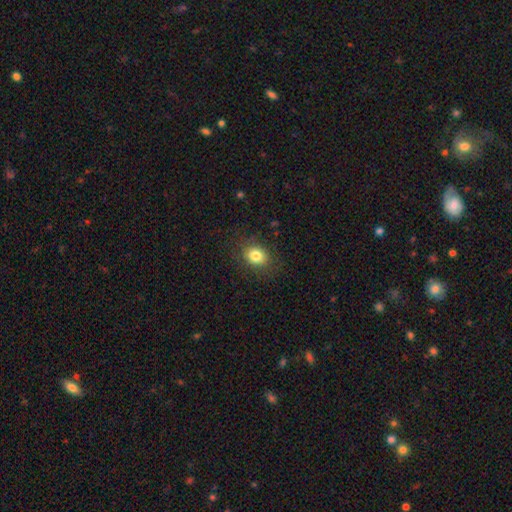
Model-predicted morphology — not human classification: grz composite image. It shows a smooth galaxy with no disk features (80%) that is in between round and cigar-shaped (50%). Merging: none (83%).